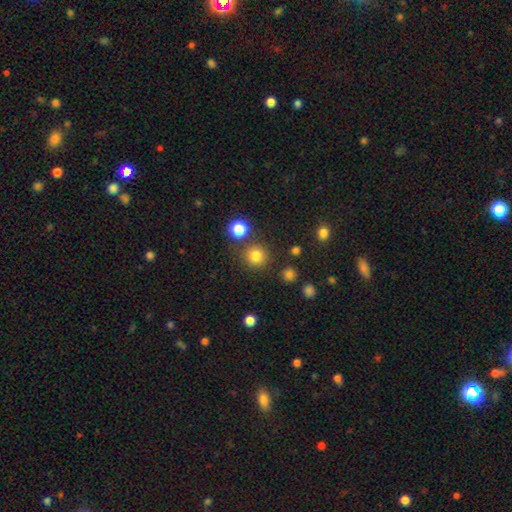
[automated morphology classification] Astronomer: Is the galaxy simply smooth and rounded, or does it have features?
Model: smooth — 81%.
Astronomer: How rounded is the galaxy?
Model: round — 94%.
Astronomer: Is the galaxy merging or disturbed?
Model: none — 83%.